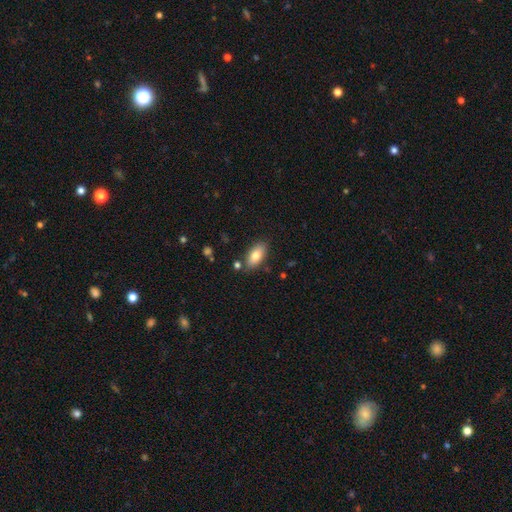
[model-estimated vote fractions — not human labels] Smooth or featured? Predicted: smooth (p=0.79). How rounded? Predicted: in between (p=0.89). Merging? Predicted: none (p=0.81).